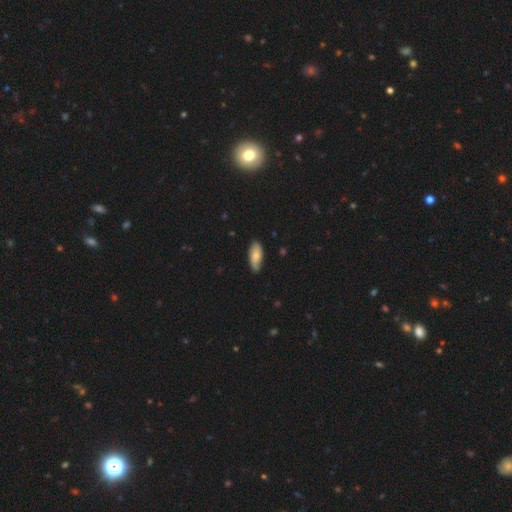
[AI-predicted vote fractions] smooth 76%, featured or disk 18%, star or artifact 6%. Down the decision tree: how rounded — in between (82%); merging — none (77%).